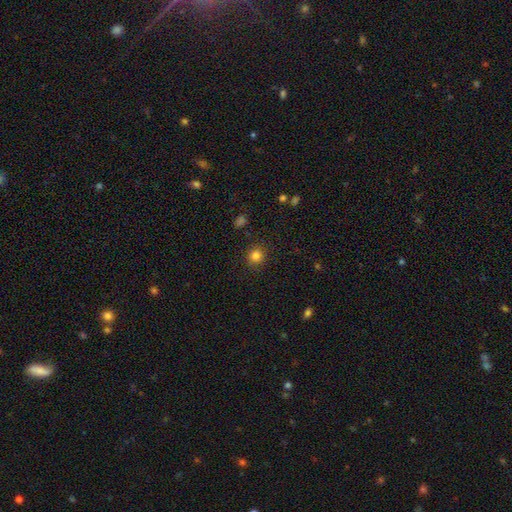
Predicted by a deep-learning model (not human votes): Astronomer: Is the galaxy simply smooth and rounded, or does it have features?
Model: smooth — 83%.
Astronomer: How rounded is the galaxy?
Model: round — 92%.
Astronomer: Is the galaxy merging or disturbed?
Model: none — 90%.